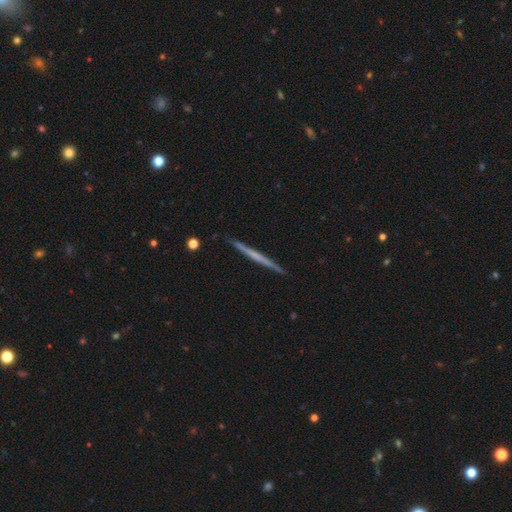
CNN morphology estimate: Smooth or featured?
  - featured or disk: 59% *
  - smooth: 36%
  - star or artifact: 5%
Edge-on disk?
  - yes: 98% *
  - no: 2%
Edge-on bulge?
  - none: 83% *
  - rounded: 12%
  - boxy: 6%
Merging?
  - none: 91% *
  - minor disturbance: 6%
  - major disturbance: 1%
  - merger: 1%